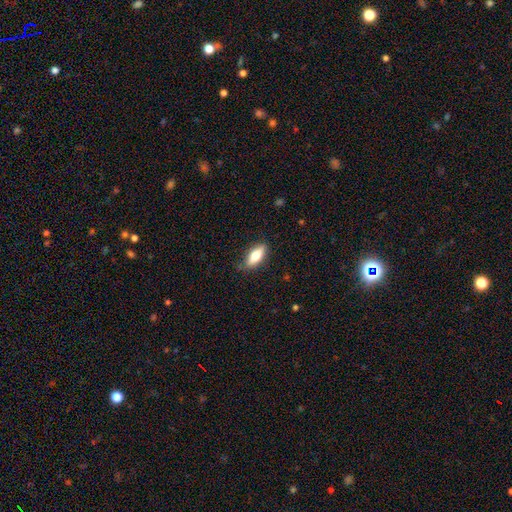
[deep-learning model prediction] Smooth or featured: smooth — 69% (featured or disk — 25%)
How rounded: in between — 74% (cigar-shaped — 23%)
Merging: none — 84% (minor disturbance — 12%)